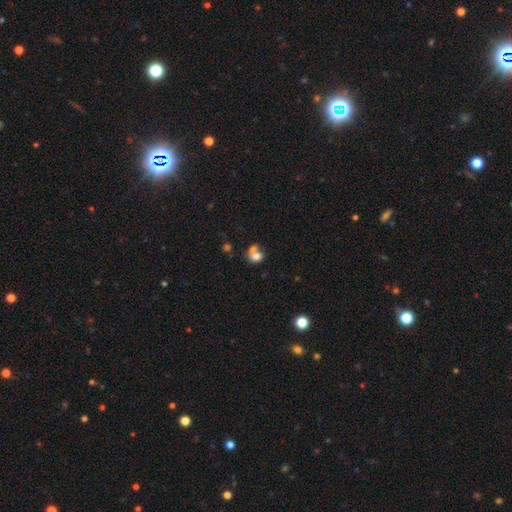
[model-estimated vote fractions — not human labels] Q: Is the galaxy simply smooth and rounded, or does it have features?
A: smooth — 74%.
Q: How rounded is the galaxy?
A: round — 50%.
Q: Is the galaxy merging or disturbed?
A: merger — 54%.